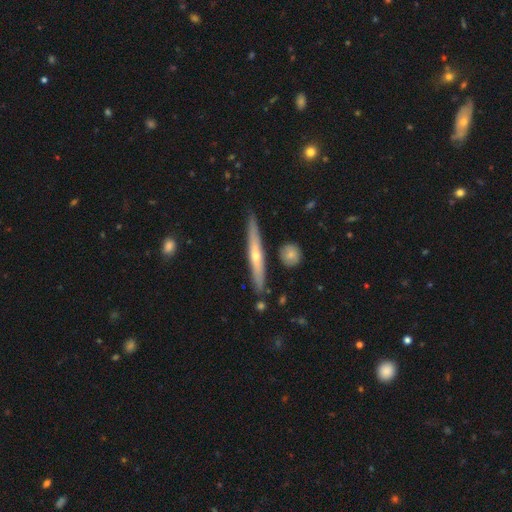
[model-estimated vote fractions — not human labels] Q: Smooth or featured?
A: featured or disk (60%); runner-up: smooth (34%)
Q: Edge-on disk?
A: yes (94%); runner-up: no (6%)
Q: Edge-on bulge?
A: rounded (64%); runner-up: none (33%)
Q: Merging?
A: none (84%); runner-up: minor disturbance (11%)